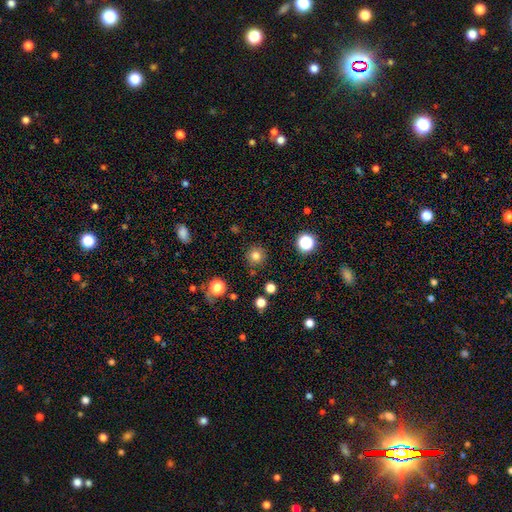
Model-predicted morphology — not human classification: Smooth or featured? Predicted: smooth (p=0.80). How rounded? Predicted: round (p=0.94). Merging? Predicted: none (p=0.87).